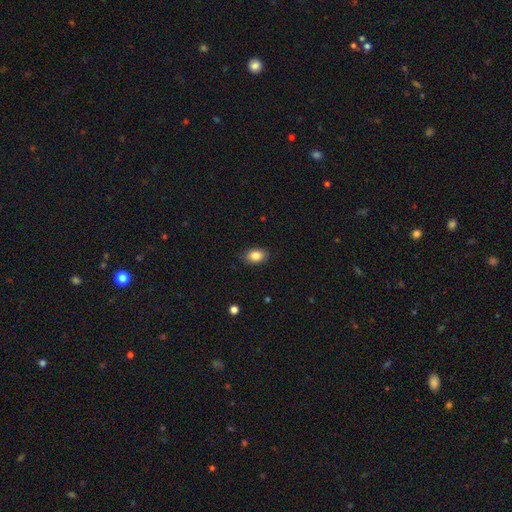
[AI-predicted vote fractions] smooth_or_featured: smooth (p=0.84) [alt: star or artifact p=0.08]
how_rounded: in between (p=0.83) [alt: round p=0.16]
merging: none (p=0.86) [alt: minor disturbance p=0.11]